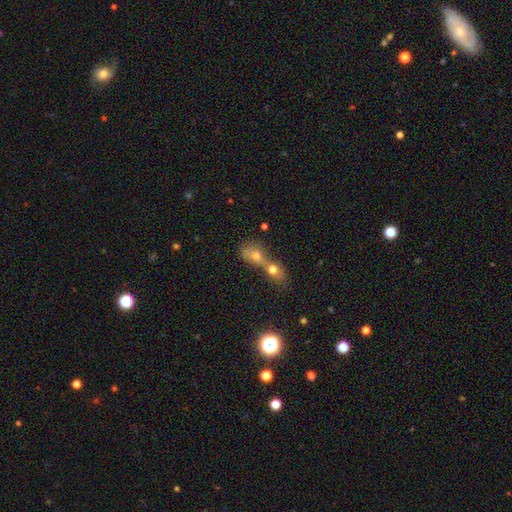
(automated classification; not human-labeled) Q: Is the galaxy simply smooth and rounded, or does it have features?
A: smooth — 70%.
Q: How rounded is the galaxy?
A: in between — 51%.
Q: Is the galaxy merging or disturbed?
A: merger — 78%.